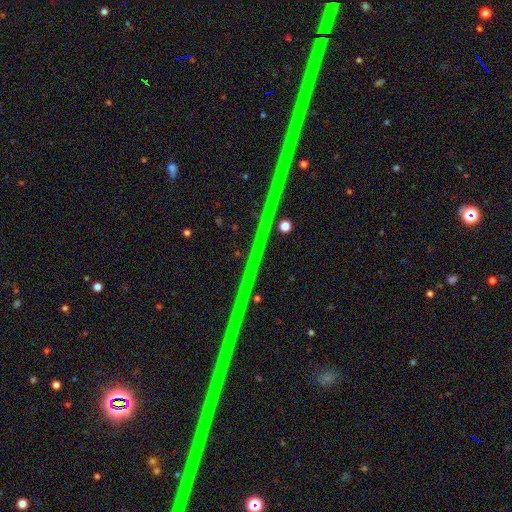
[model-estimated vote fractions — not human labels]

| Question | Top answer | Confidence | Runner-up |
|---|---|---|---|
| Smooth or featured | star or artifact | 88% | featured or disk (7%) |